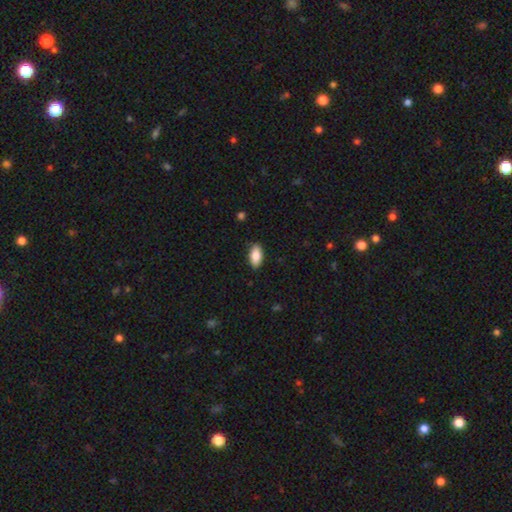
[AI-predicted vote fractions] Q: Smooth or featured?
A: smooth (86%); runner-up: featured or disk (7%)
Q: How rounded?
A: in between (91%); runner-up: cigar-shaped (7%)
Q: Merging?
A: none (86%); runner-up: minor disturbance (11%)